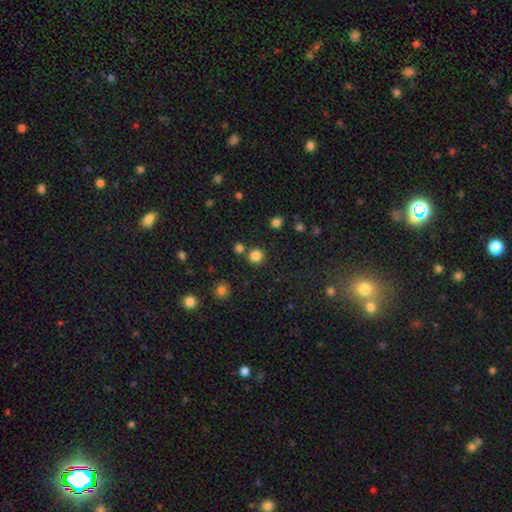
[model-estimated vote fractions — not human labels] This appears to be a smooth galaxy with no disk features (82%) that is round (92%). Merging: none (81%).